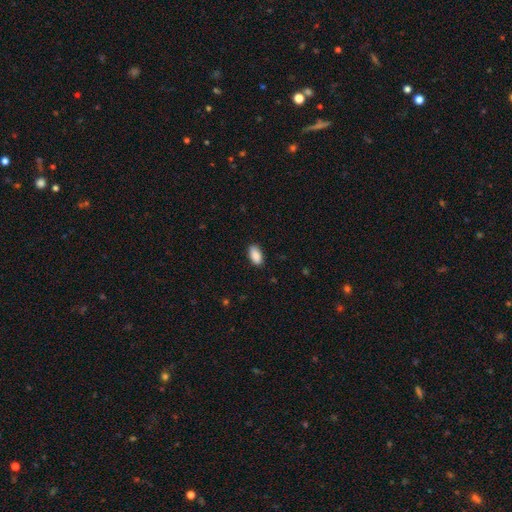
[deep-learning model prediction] The model was most divided on "merging": none: 86%, minor disturbance: 11%, major disturbance: 2%, merger: 1%. More confident: how rounded — in between (93%); smooth or featured — smooth (90%).